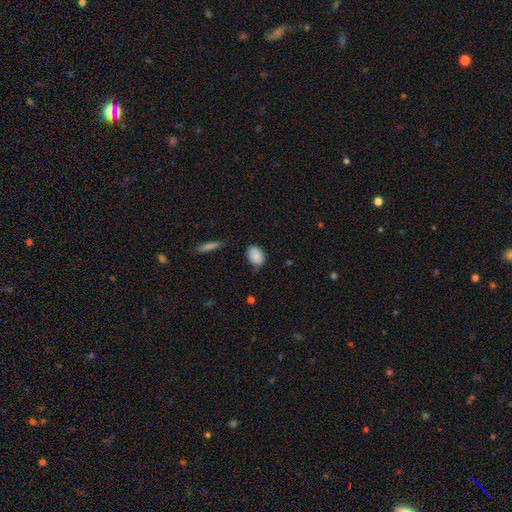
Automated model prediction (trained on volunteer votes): Morphology: type=smooth (87%); roundness=in between (80%); merging=none (71%).